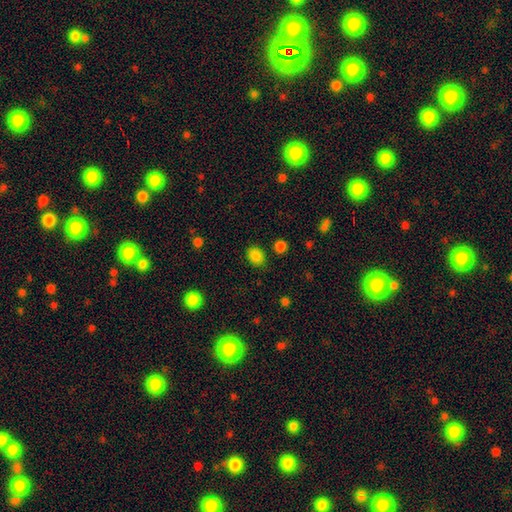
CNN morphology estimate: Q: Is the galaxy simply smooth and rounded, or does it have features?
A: smooth — 85%.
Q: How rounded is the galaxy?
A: in between — 50%.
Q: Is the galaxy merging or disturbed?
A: none — 84%.